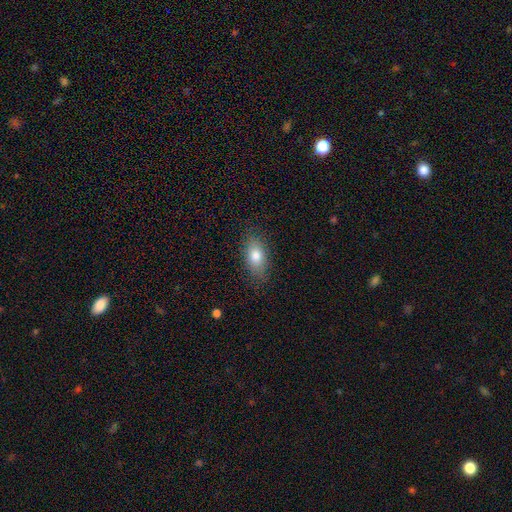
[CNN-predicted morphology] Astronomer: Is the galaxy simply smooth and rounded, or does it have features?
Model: smooth — 79%.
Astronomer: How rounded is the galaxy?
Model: in between — 87%.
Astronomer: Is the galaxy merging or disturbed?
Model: none — 83%.